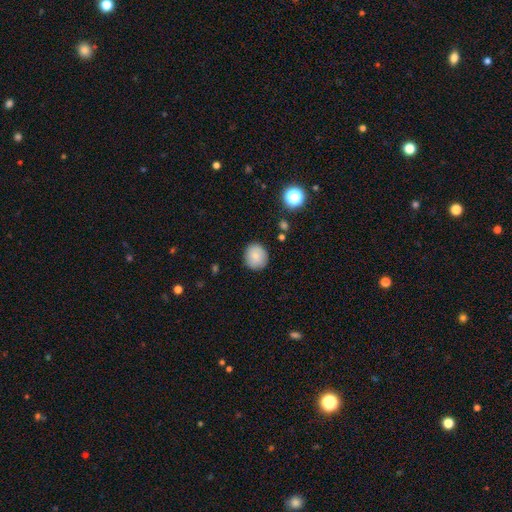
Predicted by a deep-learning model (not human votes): smooth_or_featured: smooth (p=0.81) [alt: featured or disk p=0.10]
how_rounded: round (p=0.86) [alt: in between p=0.13]
merging: none (p=0.87) [alt: minor disturbance p=0.09]